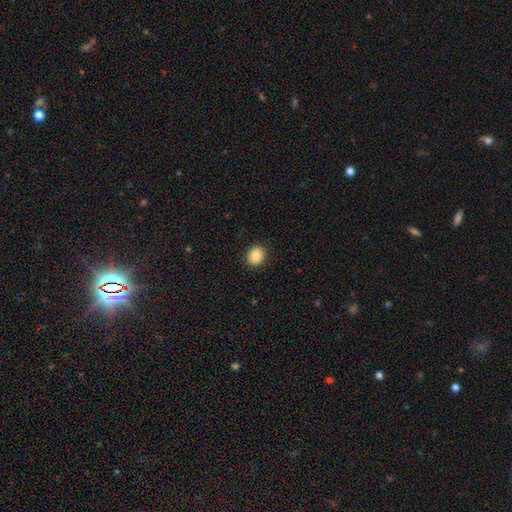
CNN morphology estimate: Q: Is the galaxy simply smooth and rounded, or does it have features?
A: smooth — 84%.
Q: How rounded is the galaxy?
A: round — 71%.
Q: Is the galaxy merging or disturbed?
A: none — 91%.